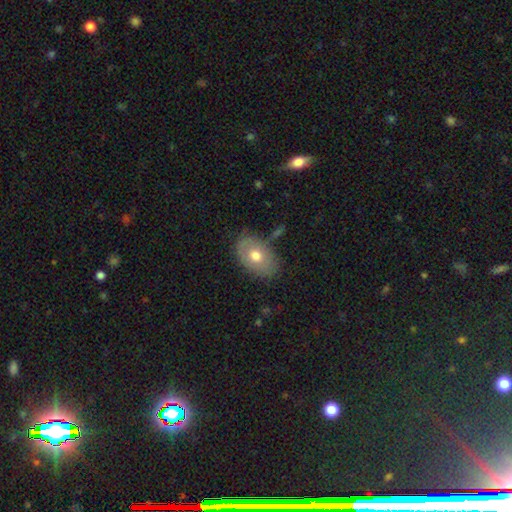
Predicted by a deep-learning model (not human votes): Morphology: type=smooth (67%); roundness=in between (84%); merging=none (73%).